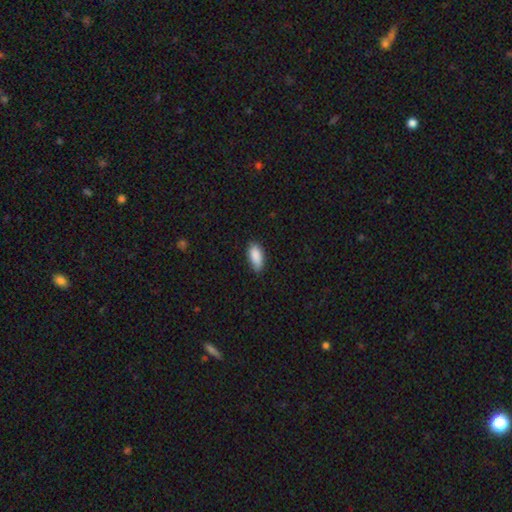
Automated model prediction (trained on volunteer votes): A smooth galaxy with no disk features (88%) that is in between round and cigar-shaped (88%).

Vote fractions:
- Smooth or featured? smooth: 88% / star or artifact: 6% / featured or disk: 5%
- How rounded? in between: 88% / cigar-shaped: 10% / round: 2%
- Merging? none: 75% / minor disturbance: 21% / major disturbance: 3% / merger: 1%